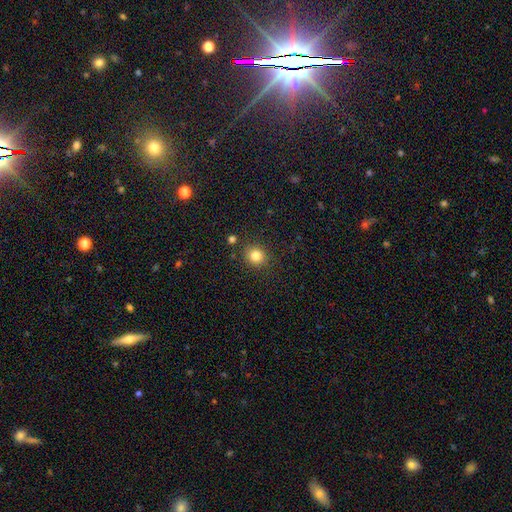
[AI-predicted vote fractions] This appears to be a smooth galaxy with no disk features (83%) that is round (85%). Merging: none (86%).